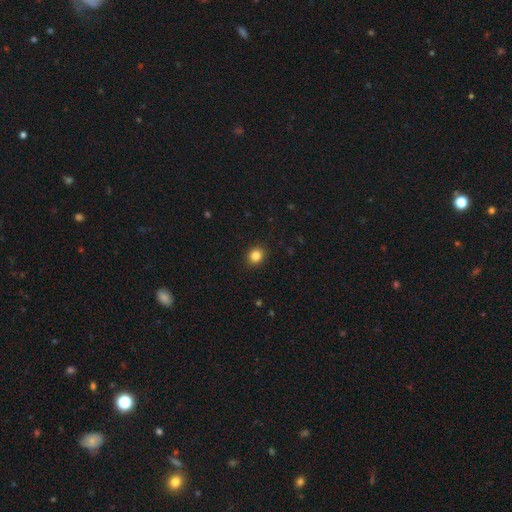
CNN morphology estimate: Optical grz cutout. It shows a smooth galaxy with no disk features (85%) that is round (74%). Merging: none (91%).